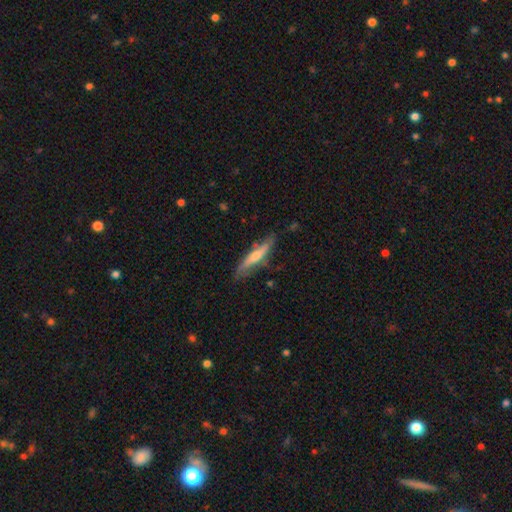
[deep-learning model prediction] Smooth or featured: featured or disk — 59% (smooth — 35%)
Edge-on disk: yes — 83% (no — 17%)
Merging: none — 78% (minor disturbance — 17%)